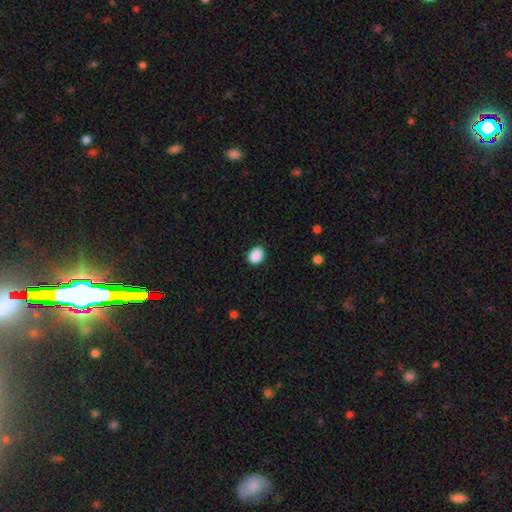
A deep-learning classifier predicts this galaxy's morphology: Smooth or featured?
  - smooth: 90% *
  - star or artifact: 8%
  - featured or disk: 2%
How rounded?
  - in between: 70% *
  - round: 29%
  - cigar-shaped: 1%
Merging?
  - none: 89% *
  - minor disturbance: 8%
  - major disturbance: 2%
  - merger: 1%